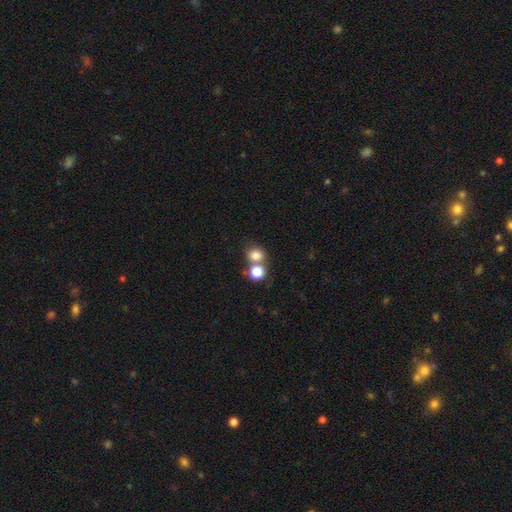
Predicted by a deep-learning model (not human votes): Smooth or featured? smooth (79%)
How rounded? round (76%)
Merging? none (49%)